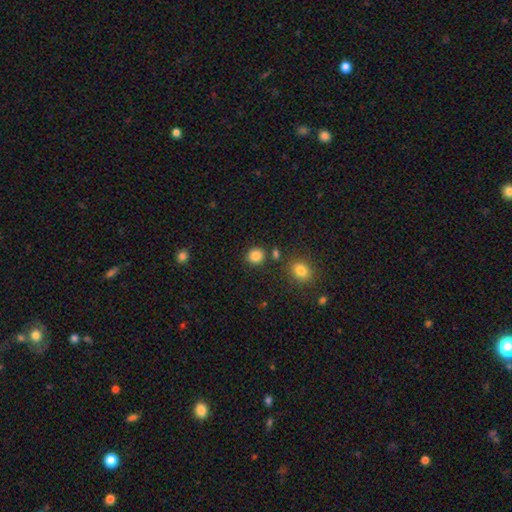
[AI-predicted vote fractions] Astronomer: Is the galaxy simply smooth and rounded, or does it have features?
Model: smooth — 84%.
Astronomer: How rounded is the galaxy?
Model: round — 84%.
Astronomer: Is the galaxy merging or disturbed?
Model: none — 83%.